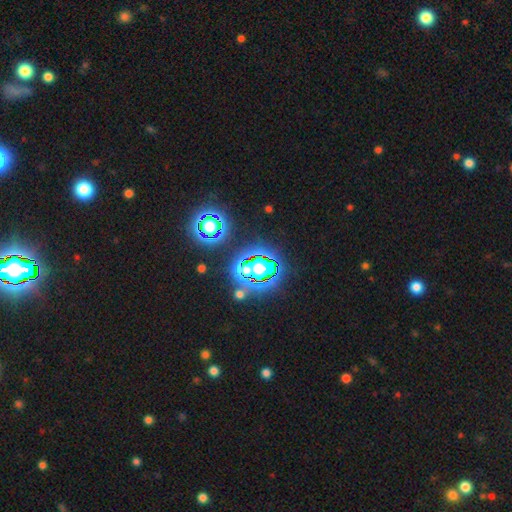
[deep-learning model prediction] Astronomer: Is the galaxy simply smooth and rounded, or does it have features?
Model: star or artifact — 83%.